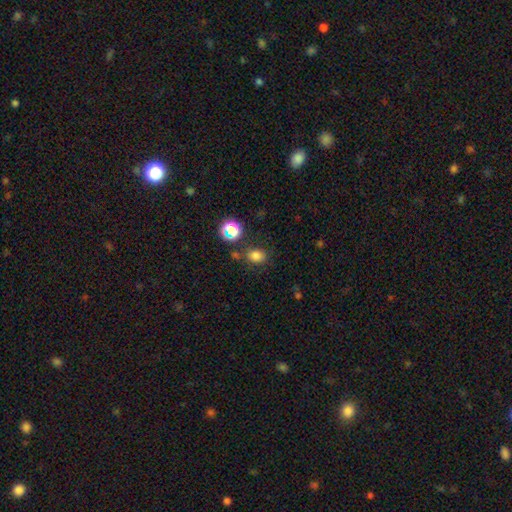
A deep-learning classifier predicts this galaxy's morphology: smooth-or-featured: smooth: 78% | star or artifact: 17% | featured or disk: 6%
  how-rounded: round: 51% | in between: 48% | cigar-shaped: 1%
  merging: none: 76% | minor disturbance: 12% | merger: 8% | major disturbance: 4%